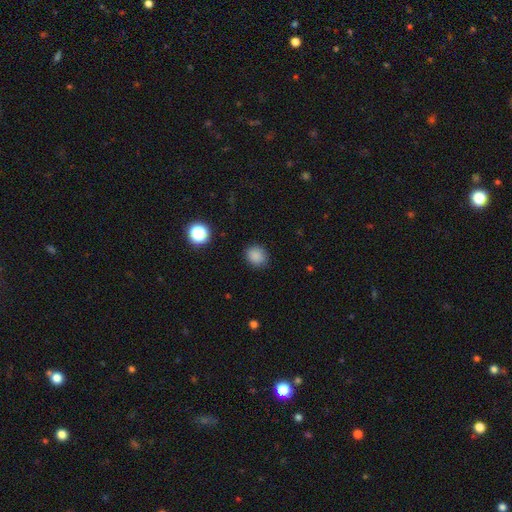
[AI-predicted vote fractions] Morphology: type=smooth (85%); roundness=round (73%); merging=none (87%).